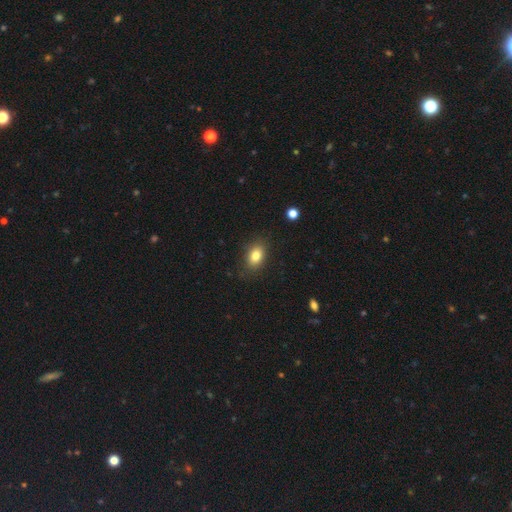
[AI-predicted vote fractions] Q: Smooth or featured?
A: smooth (83%); runner-up: star or artifact (9%)
Q: How rounded?
A: in between (80%); runner-up: round (19%)
Q: Merging?
A: none (83%); runner-up: minor disturbance (12%)